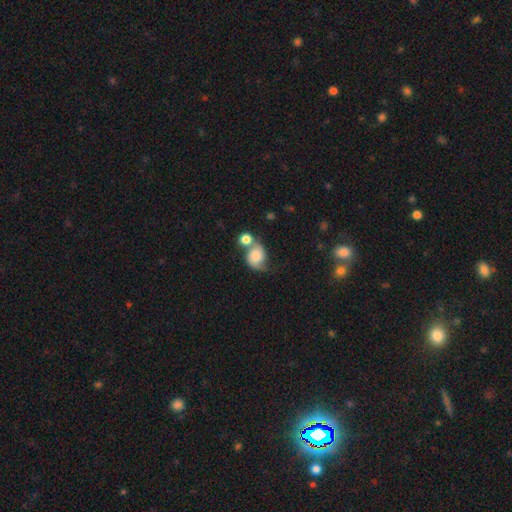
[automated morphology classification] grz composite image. It shows a smooth galaxy with no disk features (58%) that is round (57%). Merging: merger (45%).